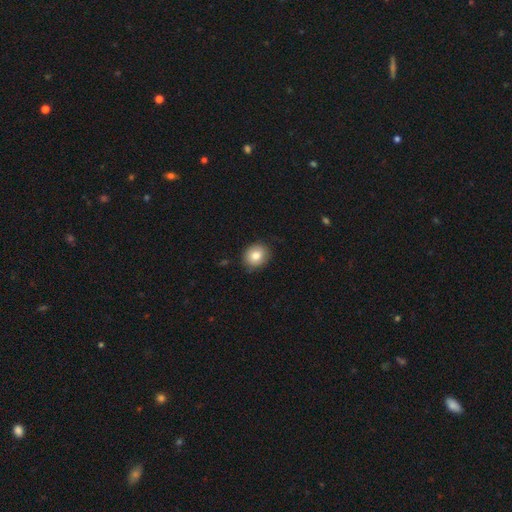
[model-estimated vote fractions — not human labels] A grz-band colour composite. It shows a smooth galaxy with no disk features (80%) that is round (70%). Merging: none (85%).